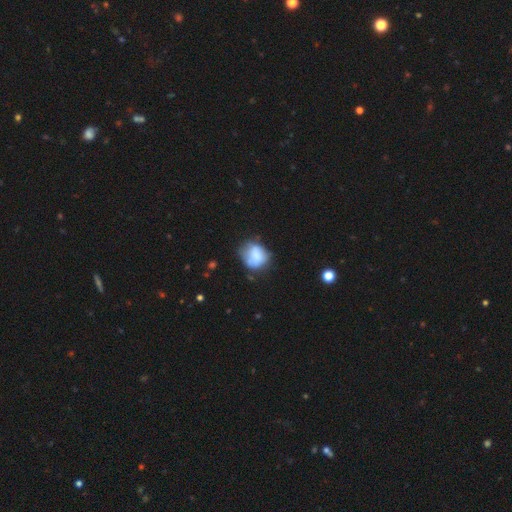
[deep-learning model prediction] Smooth or featured? Predicted: smooth (p=0.70). How rounded? Predicted: round (p=0.65). Merging? Predicted: none (p=0.49).